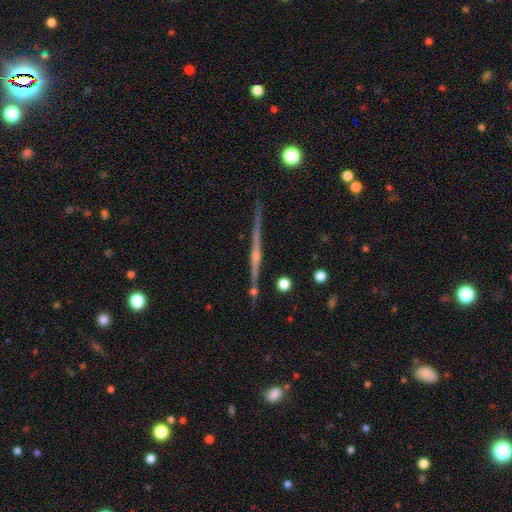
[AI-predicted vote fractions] Morphology: type=featured or disk (83%); edge-on=yes (98%); edge-on bulge=rounded (74%); merging=none (89%).